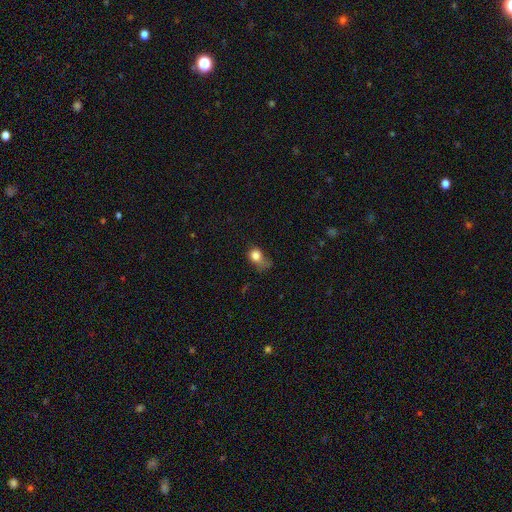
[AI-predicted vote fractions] Q: Smooth or featured?
A: smooth (79%); runner-up: star or artifact (11%)
Q: How rounded?
A: round (57%); runner-up: in between (42%)
Q: Merging?
A: major disturbance (35%); tied with: minor disturbance (35%)